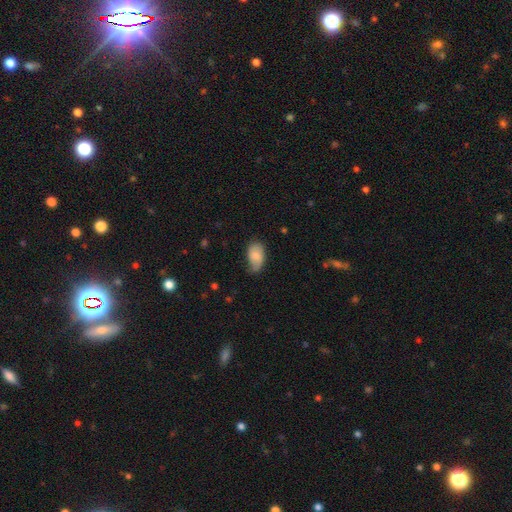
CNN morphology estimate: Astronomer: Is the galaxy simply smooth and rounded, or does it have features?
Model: smooth — 77%.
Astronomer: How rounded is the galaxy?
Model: in between — 92%.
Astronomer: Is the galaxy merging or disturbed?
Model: none — 50% (runner-up: minor disturbance, 38%).